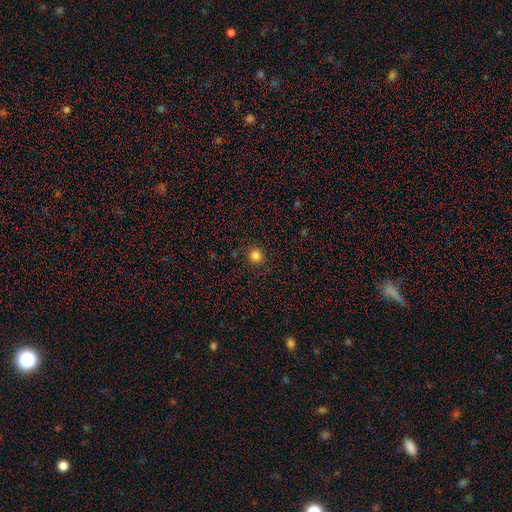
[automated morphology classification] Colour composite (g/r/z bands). It shows a smooth galaxy with no disk features (83%) that is round (93%). Merging: none (90%).